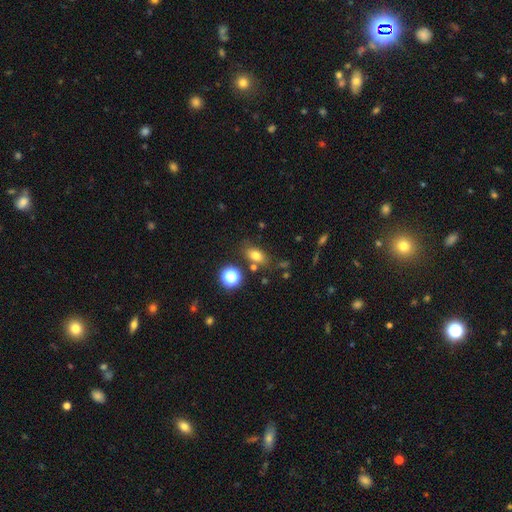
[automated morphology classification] Smooth or featured? Predicted: smooth (p=0.75). How rounded? Predicted: in between (p=0.79). Merging? Predicted: none (p=0.74).